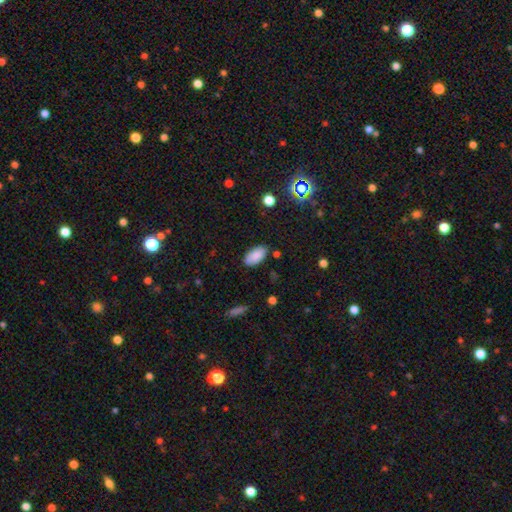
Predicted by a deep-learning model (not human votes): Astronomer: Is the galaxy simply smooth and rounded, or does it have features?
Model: smooth — 87%.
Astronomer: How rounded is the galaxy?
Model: in between — 94%.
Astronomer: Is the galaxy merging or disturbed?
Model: none — 83%.